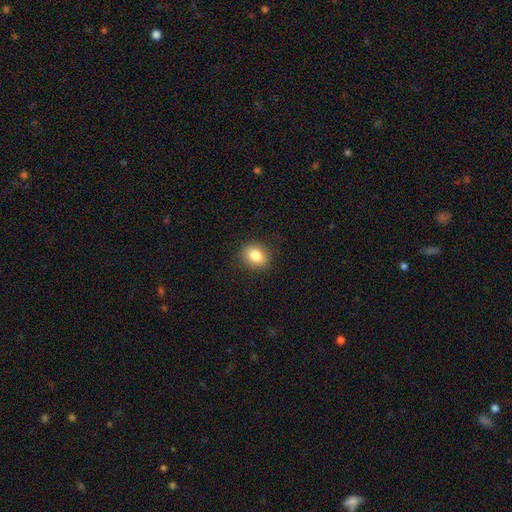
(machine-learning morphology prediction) smooth_or_featured: smooth (p=0.83) [alt: star or artifact p=0.10]
how_rounded: in between (p=0.56) [alt: round p=0.43]
merging: none (p=0.88) [alt: minor disturbance p=0.09]